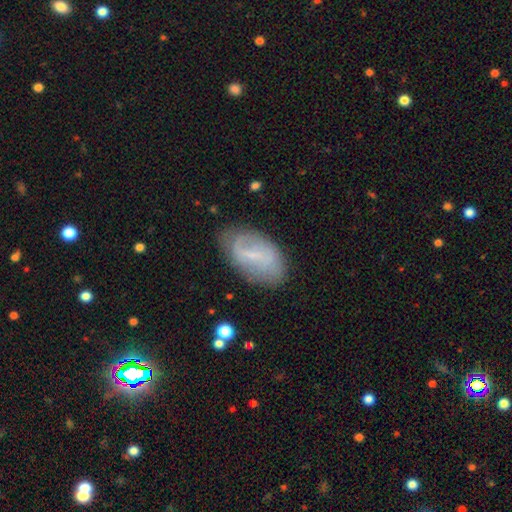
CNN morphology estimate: The model was most divided on "smooth or featured": featured or disk: 53%, smooth: 39%, star or artifact: 9%. More confident: edge-on disk — no (93%); merging — none (75%).